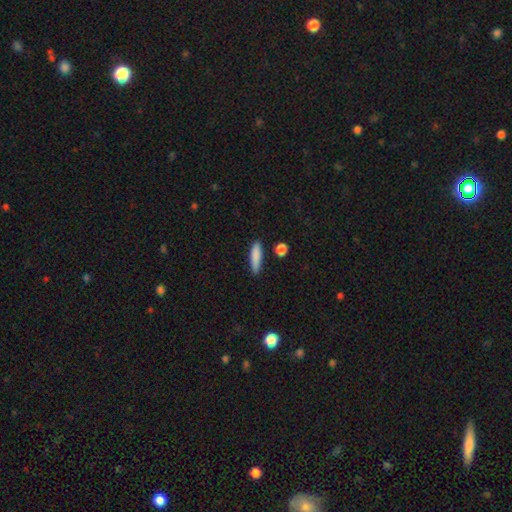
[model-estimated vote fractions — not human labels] This appears to be a smooth galaxy with no disk features (85%) that is cigar-shaped (76%). Merging: none (80%).